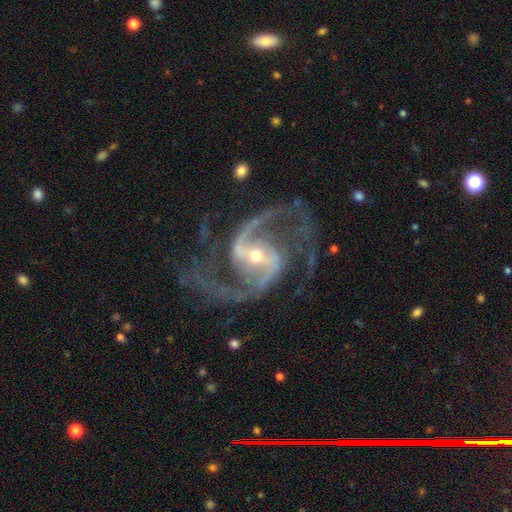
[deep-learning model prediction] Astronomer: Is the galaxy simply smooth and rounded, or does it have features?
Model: featured or disk — 94%.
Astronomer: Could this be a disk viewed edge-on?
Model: no — 98%.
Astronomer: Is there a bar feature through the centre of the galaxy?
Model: strong — 46% (runner-up: weak, 36%).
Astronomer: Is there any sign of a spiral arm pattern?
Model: yes — 98%.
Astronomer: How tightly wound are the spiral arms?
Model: medium — 59%.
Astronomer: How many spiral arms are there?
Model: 2 — 93%.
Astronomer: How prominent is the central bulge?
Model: small — 51% (runner-up: moderate, 45%).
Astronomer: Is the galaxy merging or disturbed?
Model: none — 73%.